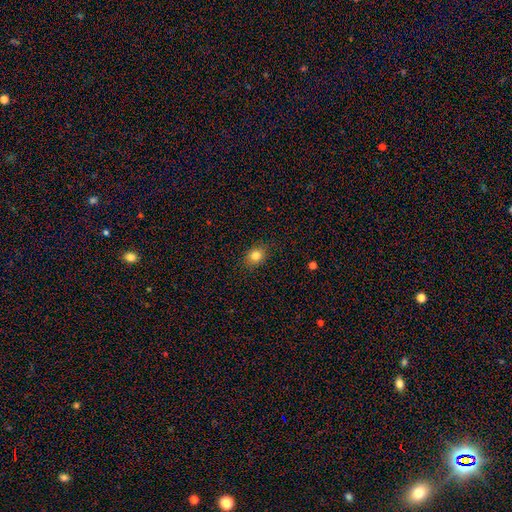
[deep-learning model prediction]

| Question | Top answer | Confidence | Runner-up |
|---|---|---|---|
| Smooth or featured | smooth | 81% | star or artifact (12%) |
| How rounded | round | 56% | in between (43%) |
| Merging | none | 87% | minor disturbance (9%) |